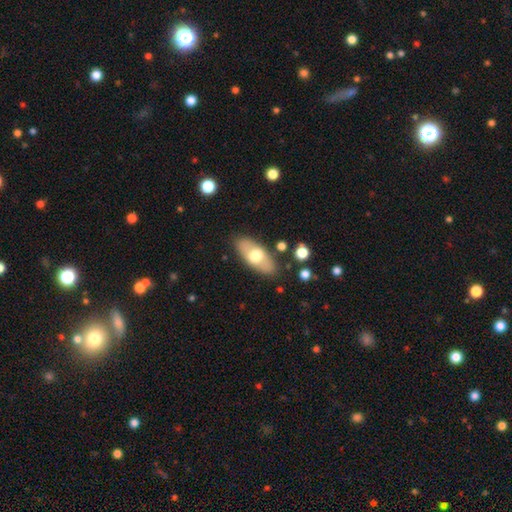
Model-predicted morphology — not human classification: Smooth or featured: smooth — 60% (featured or disk — 34%)
How rounded: in between — 84% (cigar-shaped — 13%)
Merging: none — 83% (minor disturbance — 11%)